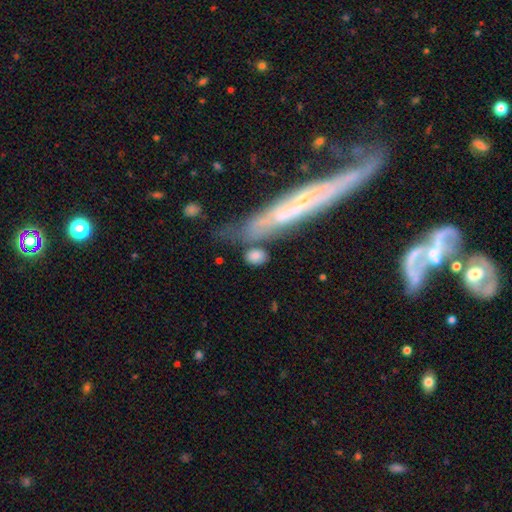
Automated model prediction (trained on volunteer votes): A smooth galaxy with no disk features (78%) that is in between round and cigar-shaped (68%). Merging: none (61%).